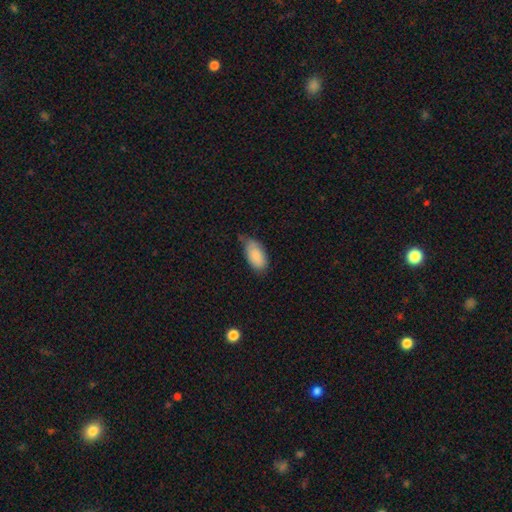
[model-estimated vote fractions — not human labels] This appears to be a smooth galaxy with no disk features (86%) that is in between round and cigar-shaped (93%). Merging: none (55%).